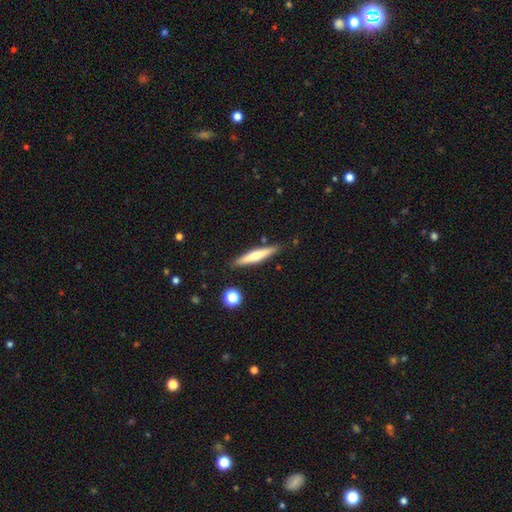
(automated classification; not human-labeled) Morphology: type=featured or disk (49%); merging=none (87%).